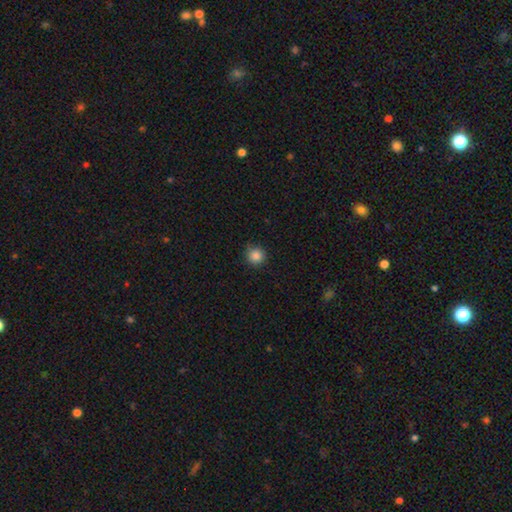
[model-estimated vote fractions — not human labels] A smooth galaxy with no disk features (85%) that is round (94%). Merging: none (84%).